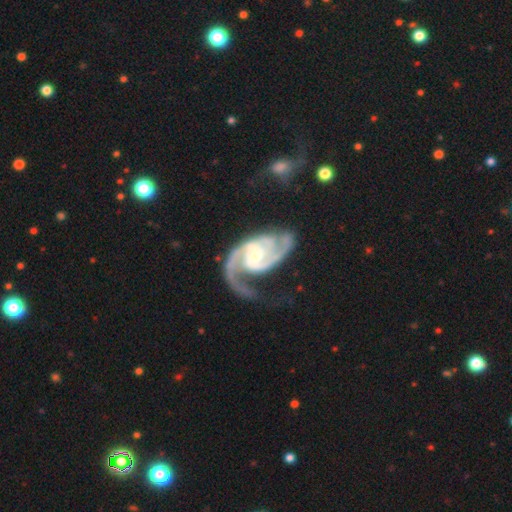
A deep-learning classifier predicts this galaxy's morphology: Q: Smooth or featured?
A: featured or disk (93%); runner-up: star or artifact (4%)
Q: Edge-on disk?
A: no (98%); runner-up: yes (2%)
Q: Bar?
A: weak (49%); runner-up: no (33%)
Q: Spiral arms?
A: yes (98%); runner-up: no (2%)
Q: Spiral winding?
A: medium (53%); runner-up: tight (33%)
Q: Spiral arm count?
A: 2 (77%); runner-up: 3 (9%)
Q: Bulge size?
A: small (48%); runner-up: moderate (39%)
Q: Merging?
A: none (55%); runner-up: major disturbance (21%)